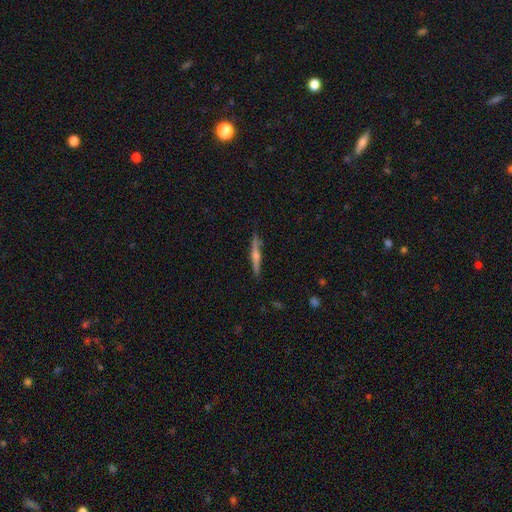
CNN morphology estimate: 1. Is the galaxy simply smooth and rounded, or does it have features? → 68% featured or disk, 25% smooth, 7% star or artifact.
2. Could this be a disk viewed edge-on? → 97% yes, 3% no.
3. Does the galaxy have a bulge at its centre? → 73% rounded, 18% none, 9% boxy.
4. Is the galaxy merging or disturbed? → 89% none, 8% minor disturbance, 2% major disturbance, 1% merger.